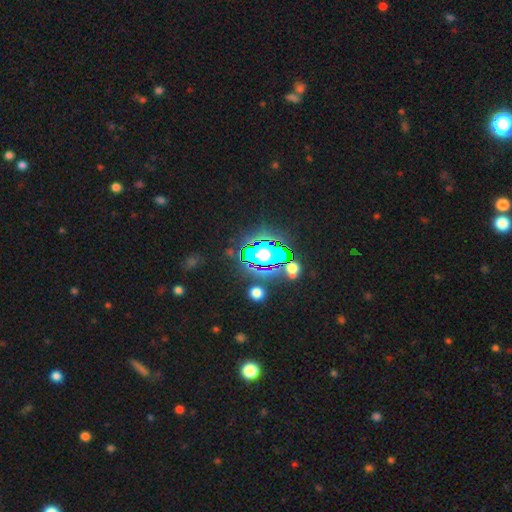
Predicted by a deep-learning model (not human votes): Morphology: type=star or artifact (75%).